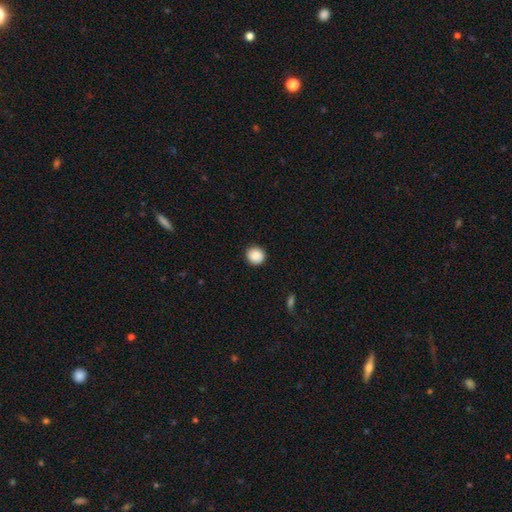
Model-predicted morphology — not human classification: smooth_or_featured: smooth (p=0.89) [alt: star or artifact p=0.09]
how_rounded: round (p=0.93) [alt: in between p=0.06]
merging: none (p=0.92) [alt: minor disturbance p=0.06]